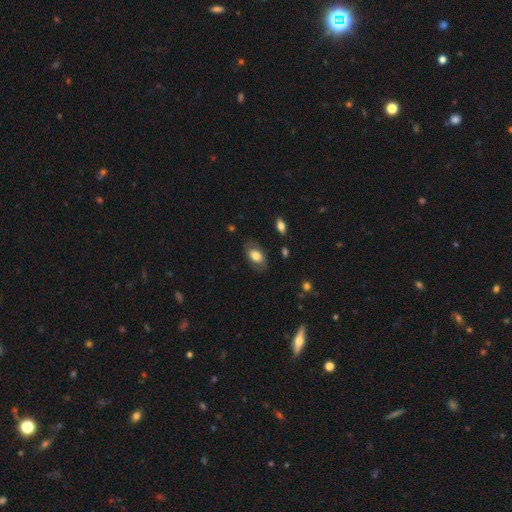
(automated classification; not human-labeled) The model was most divided on "smooth or featured": smooth: 66%, featured or disk: 27%, star or artifact: 7%. More confident: how rounded — in between (91%); merging — none (74%).